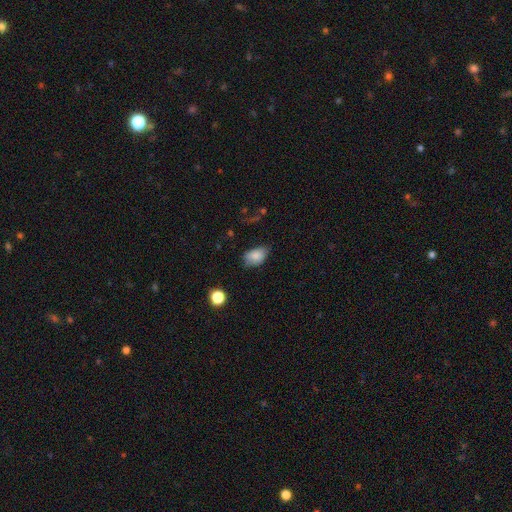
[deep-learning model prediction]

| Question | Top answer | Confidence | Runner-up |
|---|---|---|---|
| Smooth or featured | smooth | 84% | star or artifact (9%) |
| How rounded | in between | 88% | round (11%) |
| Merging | none | 63% | minor disturbance (29%) |